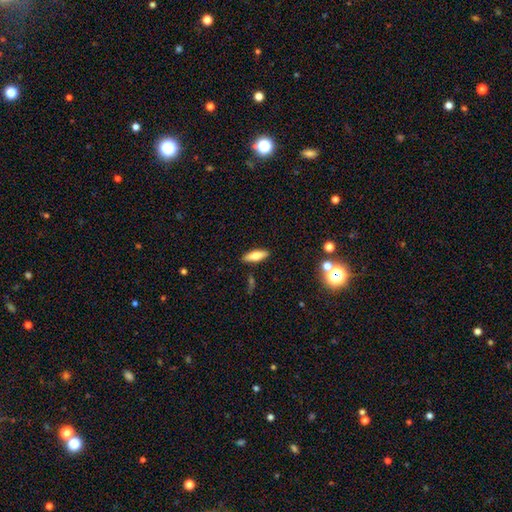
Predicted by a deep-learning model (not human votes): The model was most divided on "how rounded": in between: 56%, cigar-shaped: 41%, round: 3%. More confident: merging — none (88%); smooth or featured — smooth (59%).